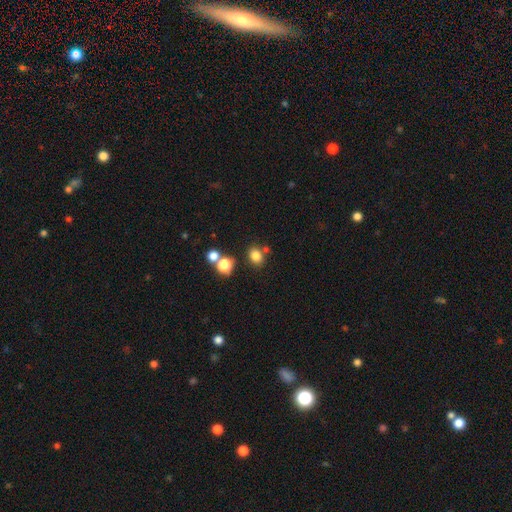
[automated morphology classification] Smooth or featured: smooth — 80% (star or artifact — 14%)
How rounded: round — 57% (in between — 42%)
Merging: none — 72% (merger — 14%)